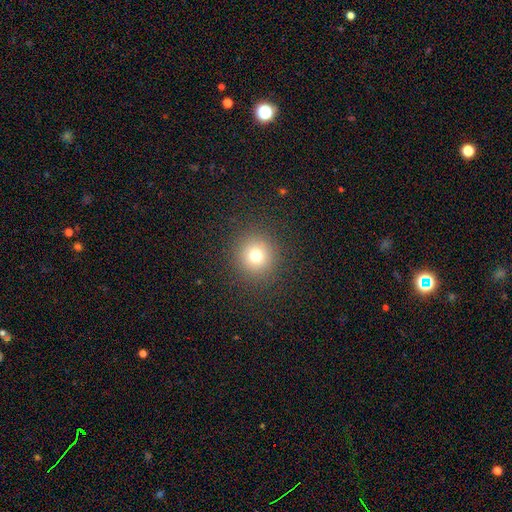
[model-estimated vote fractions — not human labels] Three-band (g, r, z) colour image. It shows a smooth galaxy with no disk features (74%) that is round (94%). Merging: none (90%).